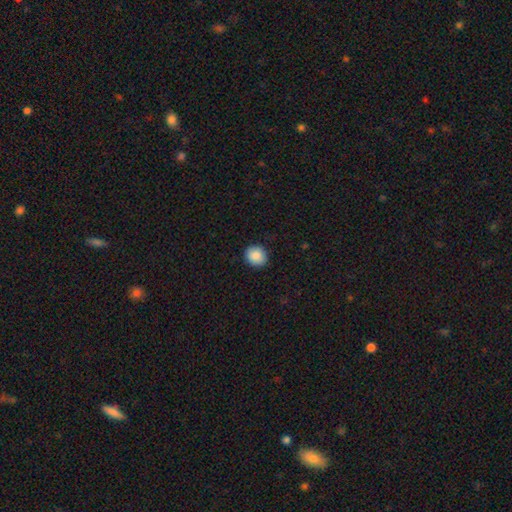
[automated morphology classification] A smooth galaxy with no disk features (89%) that is round (81%).

Vote fractions:
- Smooth or featured? smooth: 89% / star or artifact: 8% / featured or disk: 3%
- How rounded? round: 81% / in between: 18% / cigar-shaped: 1%
- Merging? none: 90% / minor disturbance: 7% / major disturbance: 2% / merger: 1%